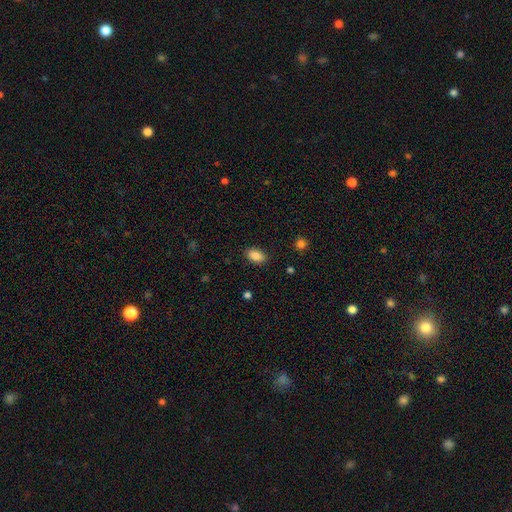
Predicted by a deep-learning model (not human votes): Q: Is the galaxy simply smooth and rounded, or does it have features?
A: smooth — 86%.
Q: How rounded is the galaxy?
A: in between — 87%.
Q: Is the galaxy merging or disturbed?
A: none — 87%.